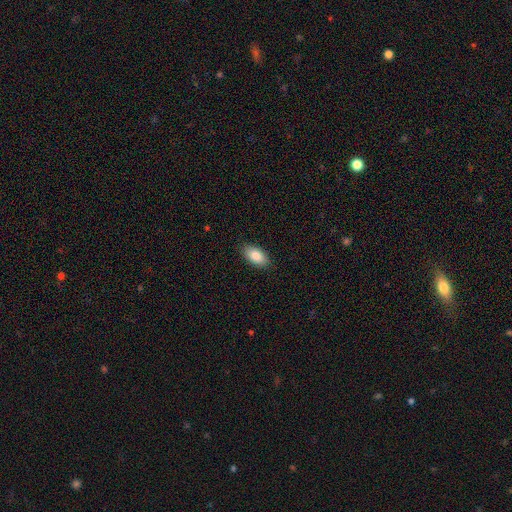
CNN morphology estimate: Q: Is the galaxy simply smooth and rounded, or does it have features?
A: smooth — 87%.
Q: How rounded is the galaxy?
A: in between — 94%.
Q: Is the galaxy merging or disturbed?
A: none — 88%.